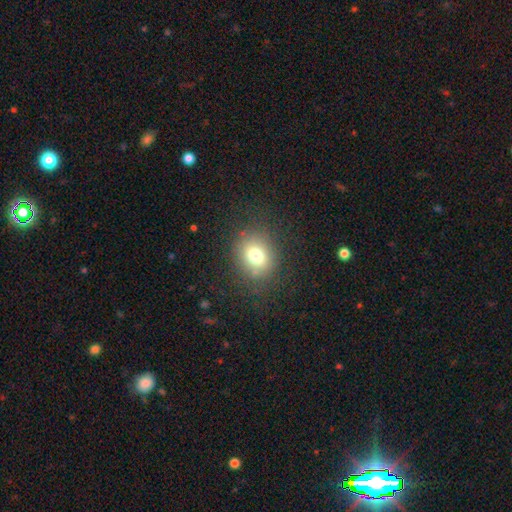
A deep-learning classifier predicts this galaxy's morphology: smooth_or_featured: smooth (p=0.74) [alt: star or artifact p=0.14]
how_rounded: round (p=0.67) [alt: in between p=0.33]
merging: none (p=0.81) [alt: minor disturbance p=0.11]